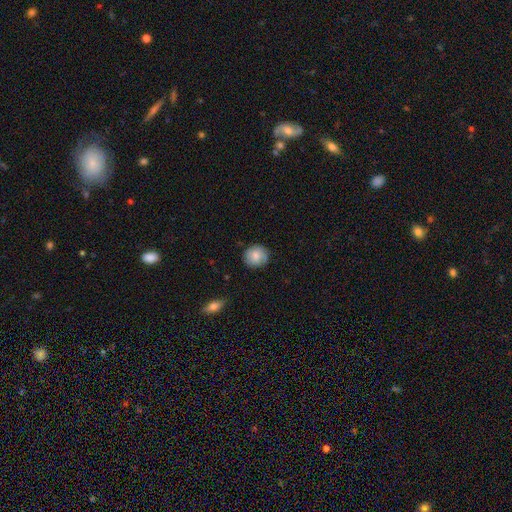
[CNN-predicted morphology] This appears to be a smooth galaxy with no disk features (78%) that is round (86%). Merging: none (81%).